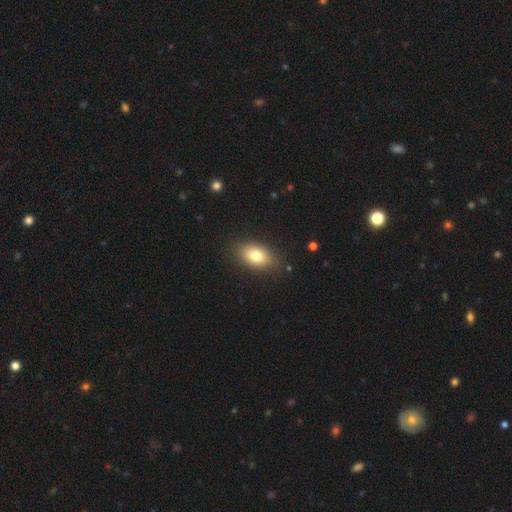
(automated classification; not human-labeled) smooth-or-featured: smooth: 78% | featured or disk: 13% | star or artifact: 8%
  how-rounded: in between: 87% | round: 10% | cigar-shaped: 2%
  merging: none: 85% | minor disturbance: 11% | major disturbance: 3% | merger: 1%